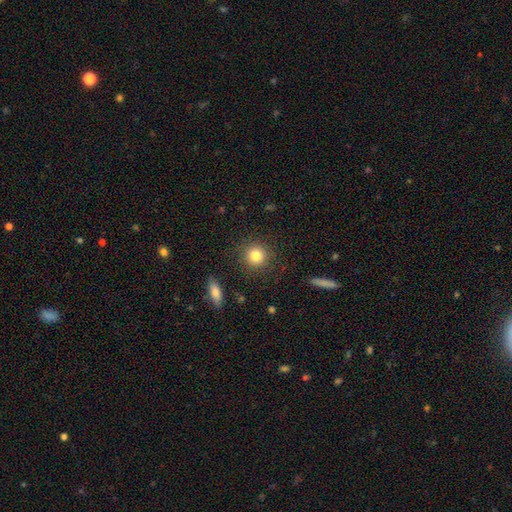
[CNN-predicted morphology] smooth-or-featured: smooth: 82% | star or artifact: 10% | featured or disk: 8%
  how-rounded: round: 92% | in between: 7% | cigar-shaped: 1%
  merging: none: 89% | minor disturbance: 7% | major disturbance: 3% | merger: 2%